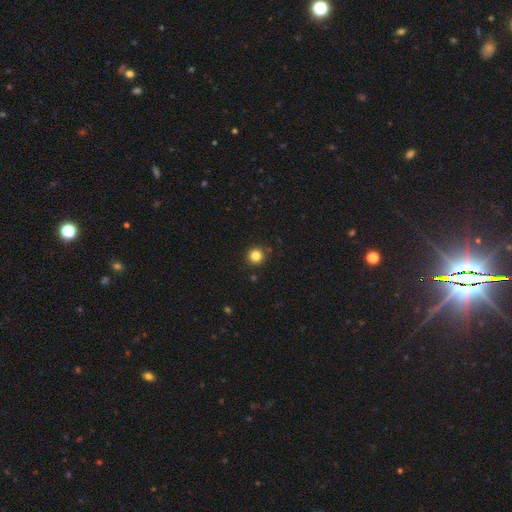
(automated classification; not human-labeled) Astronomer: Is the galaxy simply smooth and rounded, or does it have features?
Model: smooth — 84%.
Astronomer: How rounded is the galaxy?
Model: round — 95%.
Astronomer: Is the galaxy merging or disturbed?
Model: none — 91%.